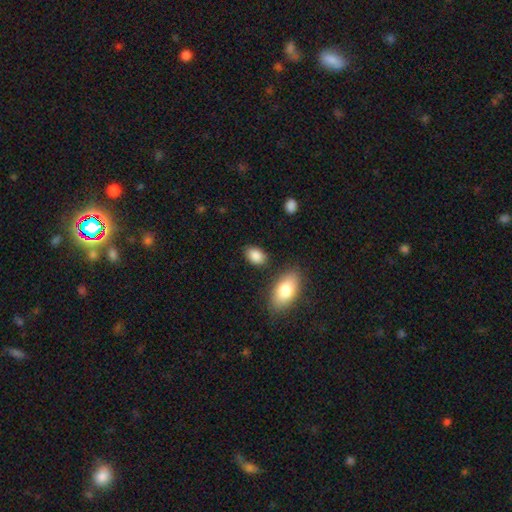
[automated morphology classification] A smooth galaxy with no disk features (88%) that is in between round and cigar-shaped (88%).

Vote fractions:
- Smooth or featured? smooth: 88% / star or artifact: 7% / featured or disk: 5%
- How rounded? in between: 88% / round: 11% / cigar-shaped: 2%
- Merging? none: 81% / minor disturbance: 11% / merger: 5% / major disturbance: 3%